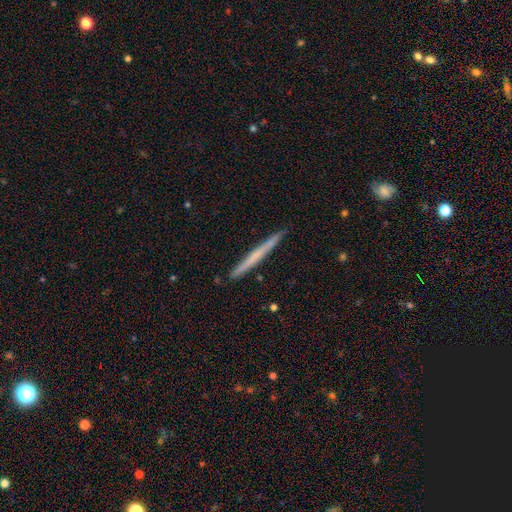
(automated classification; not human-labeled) Smooth or featured? smooth (52%)
How rounded? cigar-shaped (97%)
Merging? none (91%)